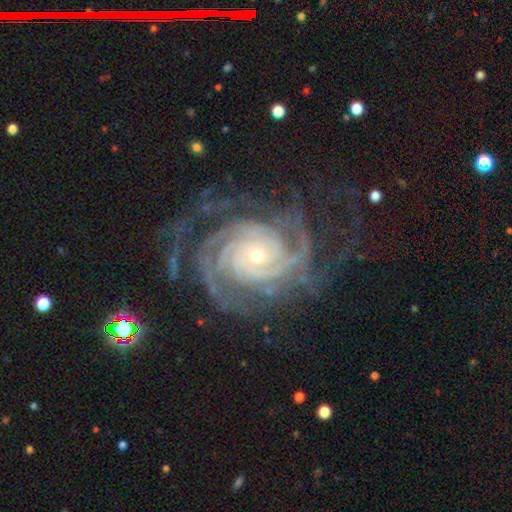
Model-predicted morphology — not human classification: Overall: featured or disk (93%). Edge-on disk: no (97%). Bar: no (72%). Spiral arms: yes (99%). Spiral arm count: 4 (23%; 3 22%). Spiral winding: tight (77%). Bulge size: small (65%; moderate 32%). Merging: none (66%).